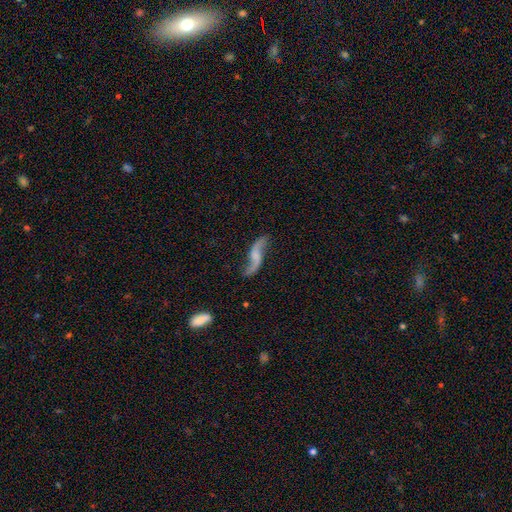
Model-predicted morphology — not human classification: This is clearly a featured or disk galaxy (84%). It is clearly not viewed edge-on (93%). Bar: possibly no (53%). Spiral arm pattern: clearly yes (95%). Spiral arm count: clearly 2 (93%). Spiral winding: clearly loose (93%). Central bulge: possibly none (49%). Merging: likely none (75%).